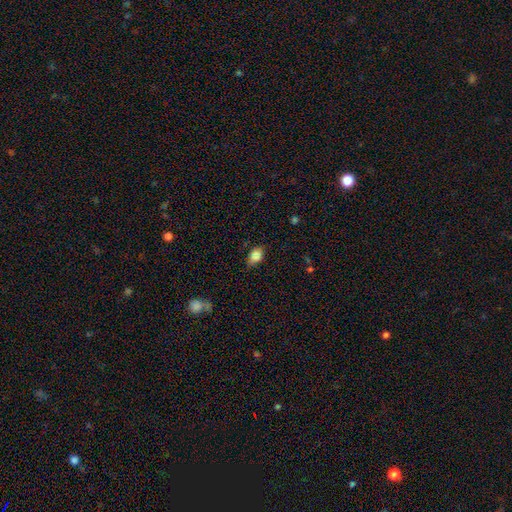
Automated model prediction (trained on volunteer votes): Smooth or featured?
  - smooth: 80% *
  - star or artifact: 11%
  - featured or disk: 8%
How rounded?
  - in between: 84% *
  - round: 13%
  - cigar-shaped: 3%
Merging?
  - none: 65% *
  - minor disturbance: 25%
  - major disturbance: 6%
  - merger: 3%